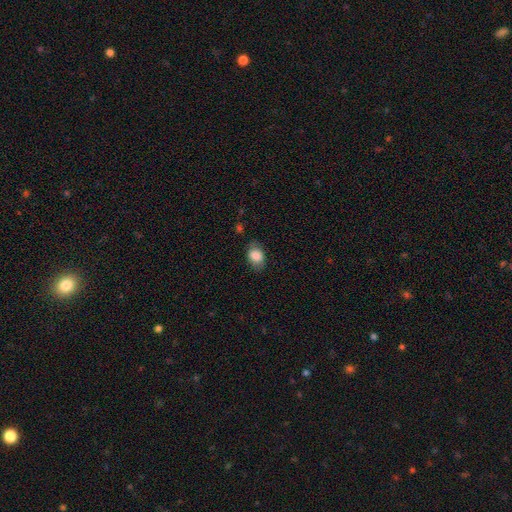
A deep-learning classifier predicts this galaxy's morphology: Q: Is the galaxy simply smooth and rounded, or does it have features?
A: smooth — 83%.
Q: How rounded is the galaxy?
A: in between — 80%.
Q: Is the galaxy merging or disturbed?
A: none — 77%.